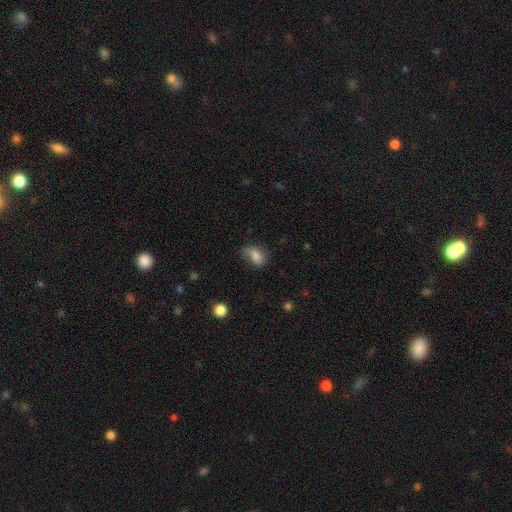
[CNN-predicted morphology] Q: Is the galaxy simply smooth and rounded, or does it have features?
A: smooth — 77%.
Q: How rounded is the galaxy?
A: in between — 86%.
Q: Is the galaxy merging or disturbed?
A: none — 51%.